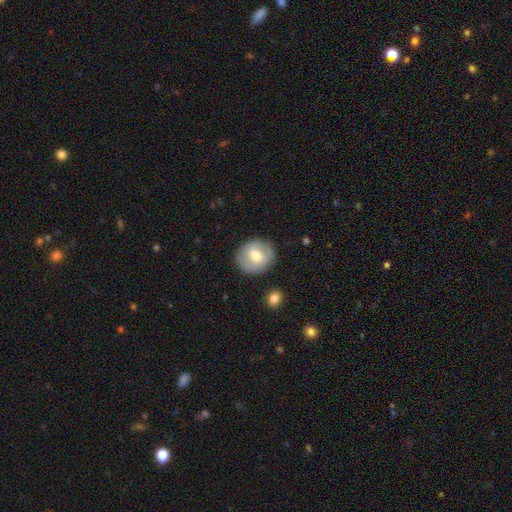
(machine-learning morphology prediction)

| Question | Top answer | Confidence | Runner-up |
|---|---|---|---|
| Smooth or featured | smooth | 58% | featured or disk (35%) |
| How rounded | round | 80% | in between (19%) |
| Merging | none | 83% | minor disturbance (12%) |